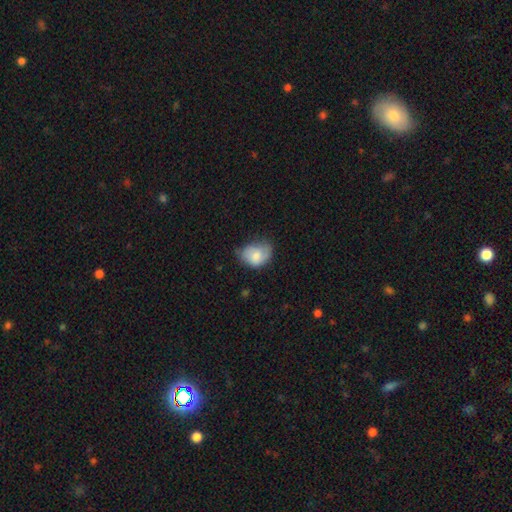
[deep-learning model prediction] A smooth galaxy with no disk features (69%) that is in between round and cigar-shaped (64%). Merging: none (46%).